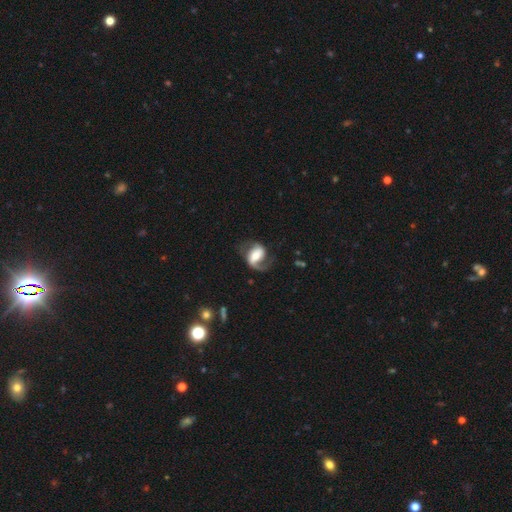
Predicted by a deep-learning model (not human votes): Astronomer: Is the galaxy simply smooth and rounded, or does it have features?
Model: featured or disk — 74%.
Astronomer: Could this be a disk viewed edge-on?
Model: no — 97%.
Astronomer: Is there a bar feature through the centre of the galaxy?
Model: weak — 38% (runner-up: strong, 36%).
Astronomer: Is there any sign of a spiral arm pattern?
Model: yes — 91%.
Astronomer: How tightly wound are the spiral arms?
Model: medium — 44% (runner-up: loose, 40%).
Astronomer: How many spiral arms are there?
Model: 2 — 61%.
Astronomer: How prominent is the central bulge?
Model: moderate — 42% (runner-up: large, 29%).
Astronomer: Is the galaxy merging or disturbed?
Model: none — 53%.